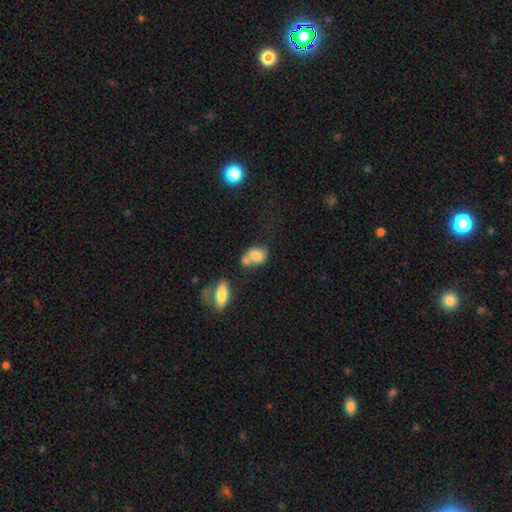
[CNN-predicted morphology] The model was most divided on "merging": merger: 45%, none: 30%, minor disturbance: 16%, major disturbance: 9%. More confident: smooth or featured — smooth (73%); how rounded — in between (69%).